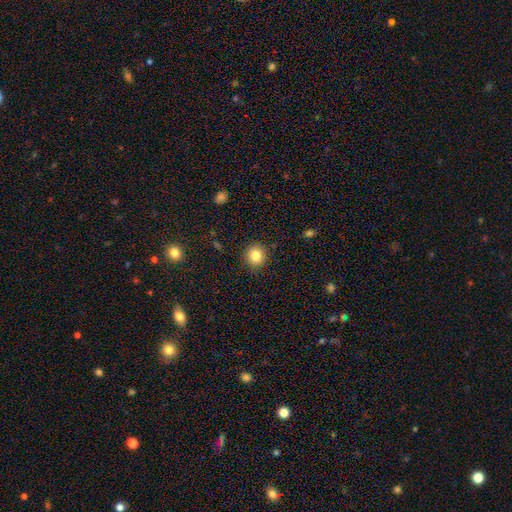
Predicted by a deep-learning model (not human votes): smooth-or-featured: smooth: 84% | star or artifact: 10% | featured or disk: 6%
  how-rounded: round: 87% | in between: 13% | cigar-shaped: 1%
  merging: none: 90% | minor disturbance: 7% | major disturbance: 2% | merger: 1%